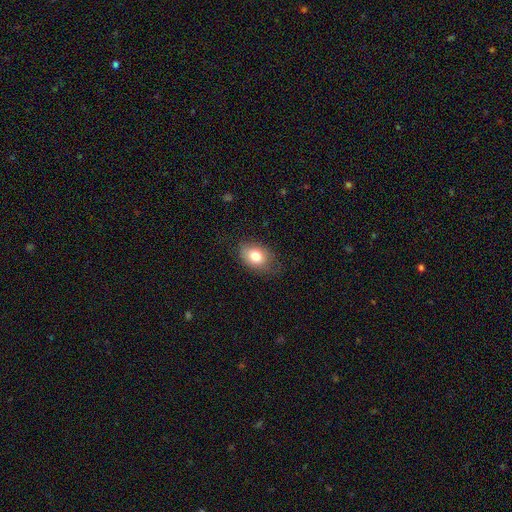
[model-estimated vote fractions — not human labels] Smooth or featured? smooth (81%)
How rounded? in between (78%)
Merging? none (69%)